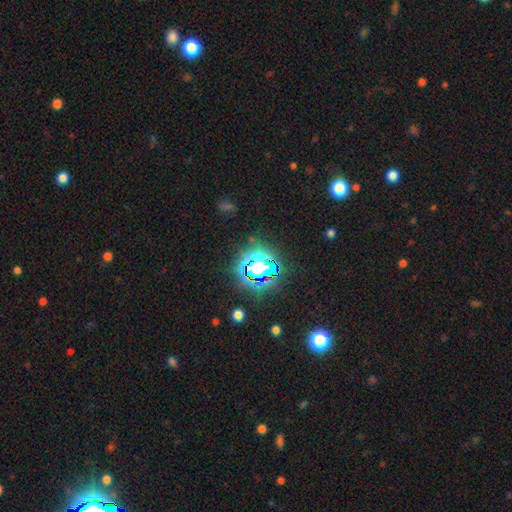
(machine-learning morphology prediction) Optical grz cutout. It shows a star or artifact, not a galaxy (84%).